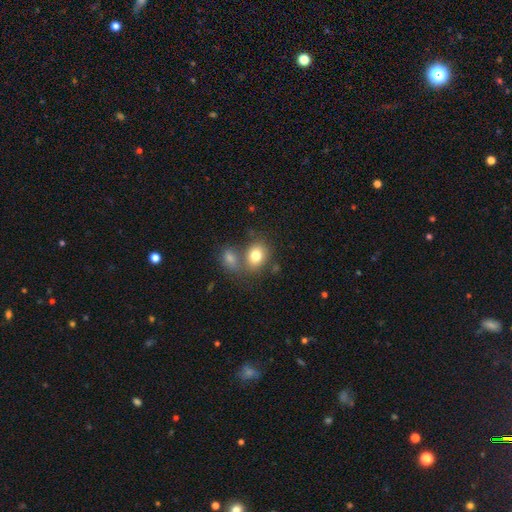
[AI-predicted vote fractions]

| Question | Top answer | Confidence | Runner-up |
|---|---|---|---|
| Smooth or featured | smooth | 79% | featured or disk (11%) |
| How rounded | in between | 50% | round (49%) |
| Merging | none | 51% | merger (33%) |